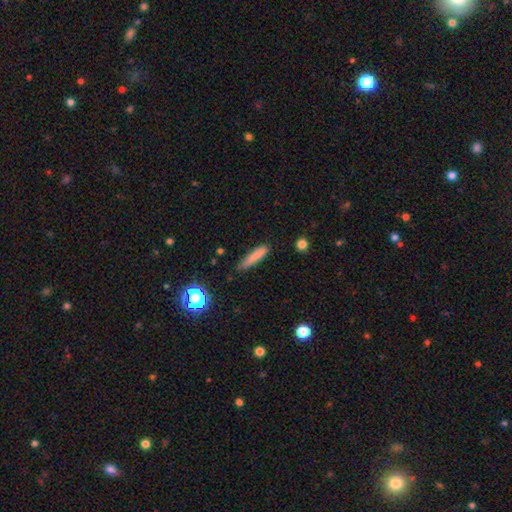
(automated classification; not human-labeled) Smooth or featured?
  - smooth: 81% *
  - featured or disk: 11%
  - star or artifact: 9%
How rounded?
  - cigar-shaped: 86% *
  - in between: 12%
  - round: 2%
Merging?
  - none: 68% *
  - minor disturbance: 25%
  - major disturbance: 5%
  - merger: 2%